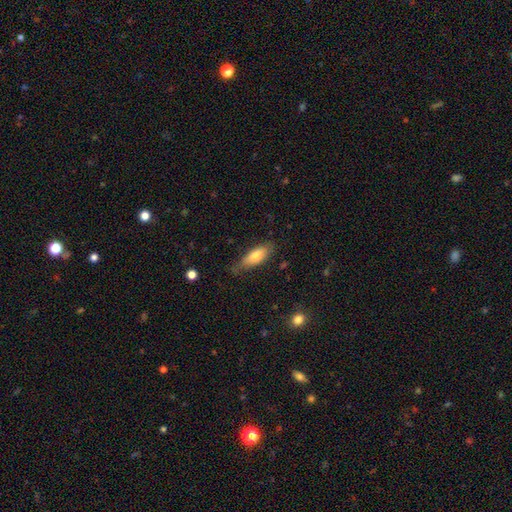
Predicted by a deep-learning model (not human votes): This appears to be a smooth galaxy with no disk features (72%) that is in between round and cigar-shaped (65%). Merging: none (64%).